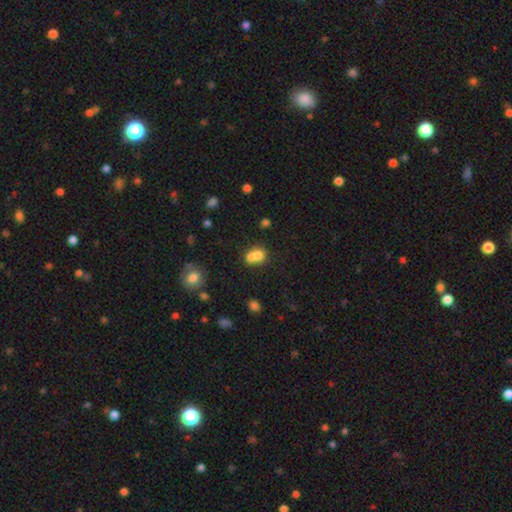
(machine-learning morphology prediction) smooth_or_featured: smooth (p=0.72) [alt: featured or disk p=0.17]
how_rounded: round (p=0.57) [alt: in between p=0.42]
merging: merger (p=0.64) [alt: none p=0.25]